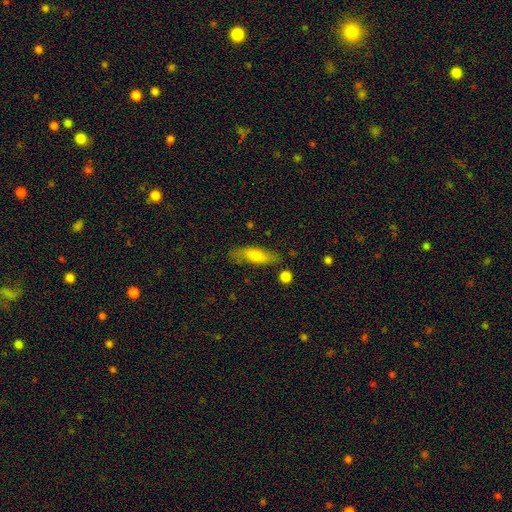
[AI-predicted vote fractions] This is likely a smooth galaxy (66%). How rounded: possibly in between (51%). Merging: likely none (71%).